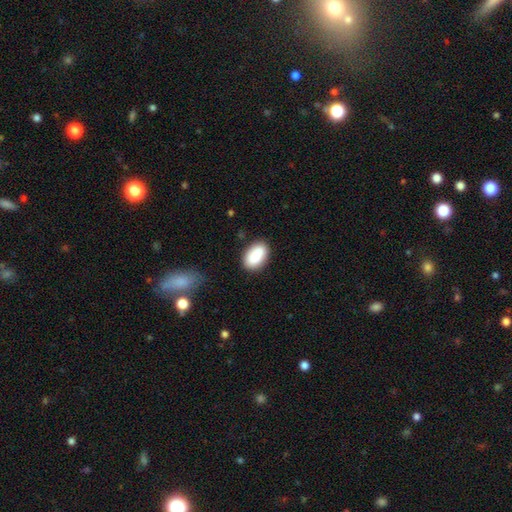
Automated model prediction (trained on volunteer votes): smooth-or-featured: smooth: 88% | star or artifact: 7% | featured or disk: 5%
  how-rounded: in between: 92% | round: 7% | cigar-shaped: 2%
  merging: none: 82% | minor disturbance: 12% | major disturbance: 3% | merger: 3%